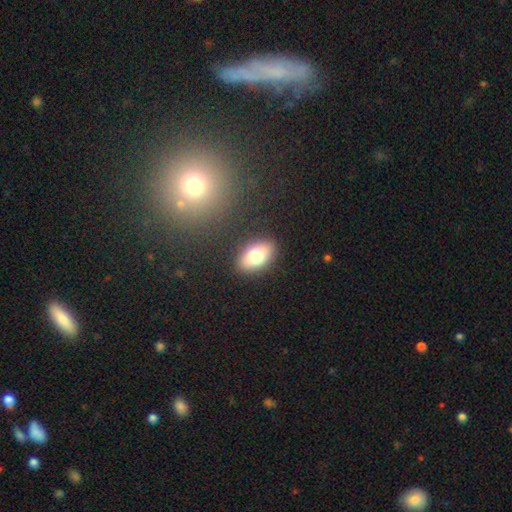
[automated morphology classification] A smooth galaxy with no disk features (76%) that is in between round and cigar-shaped (89%).

Vote fractions:
- Smooth or featured? smooth: 76% / featured or disk: 16% / star or artifact: 9%
- How rounded? in between: 89% / round: 9% / cigar-shaped: 2%
- Merging? none: 87% / minor disturbance: 8% / major disturbance: 3% / merger: 2%